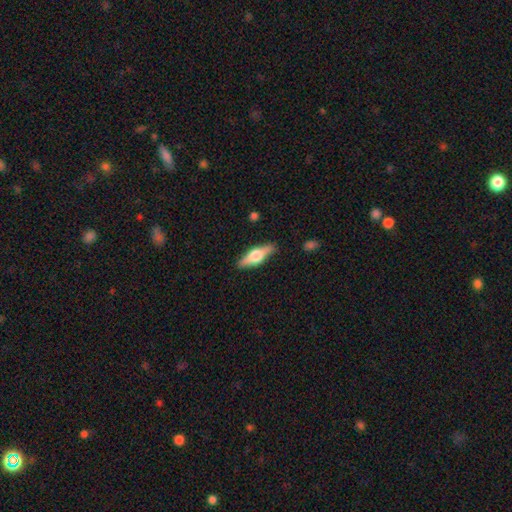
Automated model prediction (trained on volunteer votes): Smooth or featured? featured or disk (59%)
Edge-on disk? yes (95%)
Edge-on bulge? rounded (94%)
Merging? none (86%)